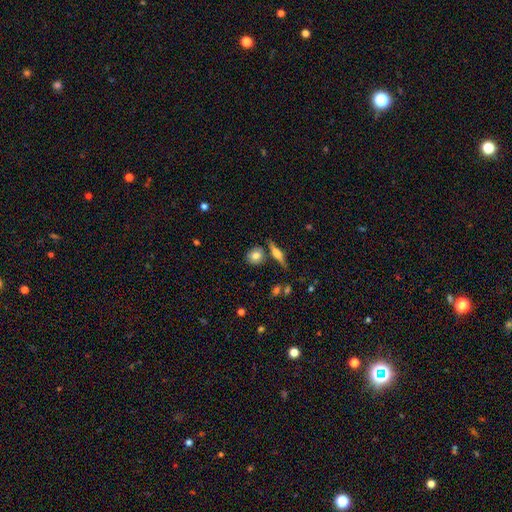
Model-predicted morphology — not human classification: This is likely a smooth galaxy (76%). How rounded: likely round (68%). Merging: likely none (73%).